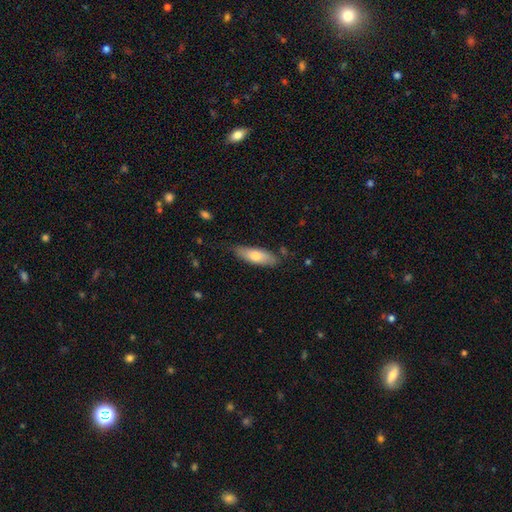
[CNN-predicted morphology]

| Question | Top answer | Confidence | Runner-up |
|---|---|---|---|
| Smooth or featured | smooth | 69% | featured or disk (25%) |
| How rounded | in between | 53% | cigar-shaped (45%) |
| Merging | none | 76% | minor disturbance (18%) |